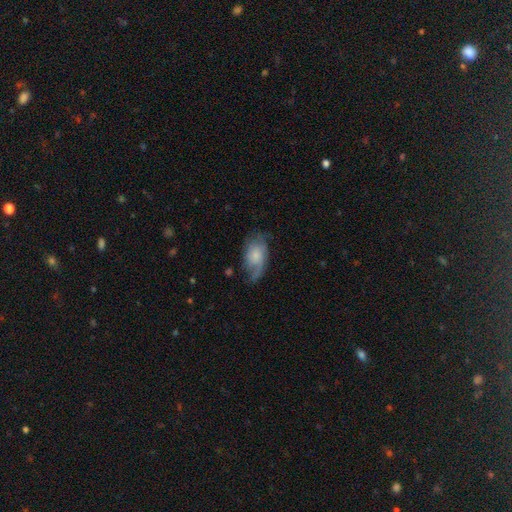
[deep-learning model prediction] Morphology: type=smooth (47%, tied with featured or disk); merging=none (51%).